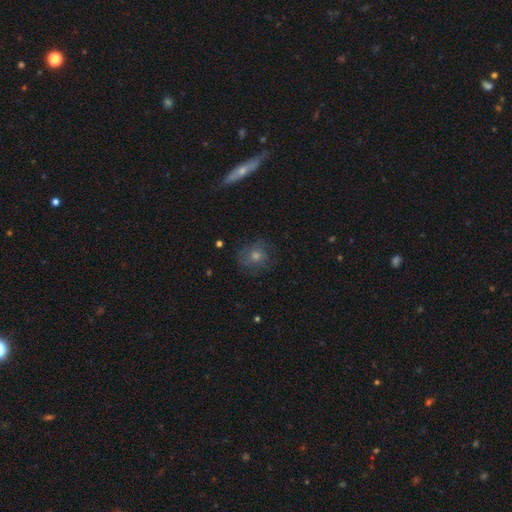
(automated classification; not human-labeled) Smooth or featured? Predicted: featured or disk (p=0.45). Merging? Predicted: none (p=0.79).